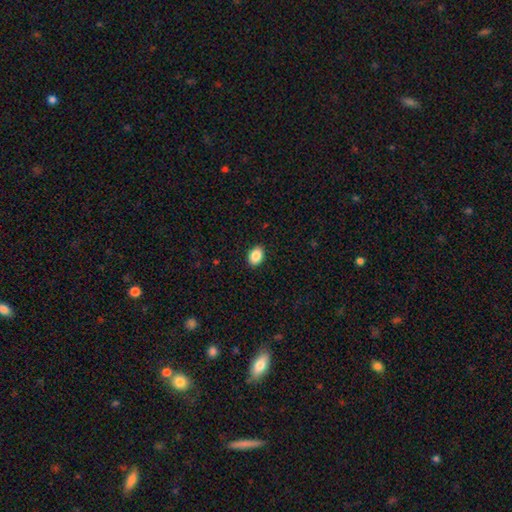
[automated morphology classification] Overall: smooth (88%). How rounded: in between (78%). Merging: none (90%).